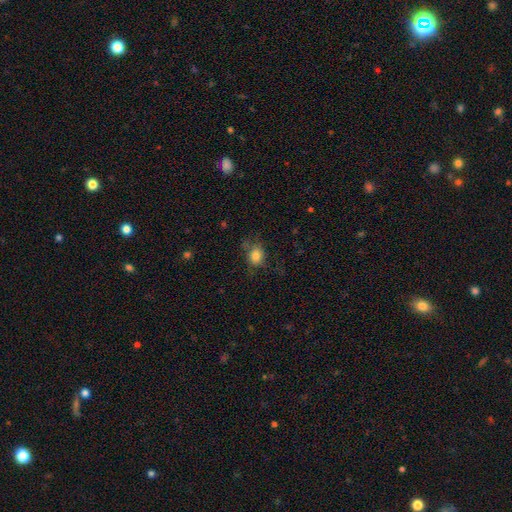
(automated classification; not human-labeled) Smooth or featured? smooth (80%)
How rounded? round (52%)
Merging? none (63%)